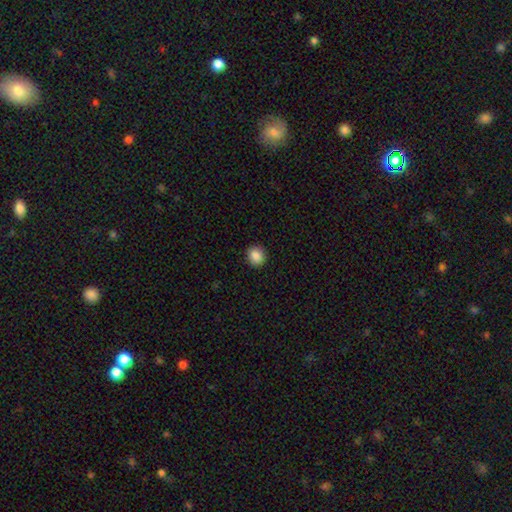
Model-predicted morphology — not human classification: Overall: smooth (87%). How rounded: round (81%). Merging: none (92%).